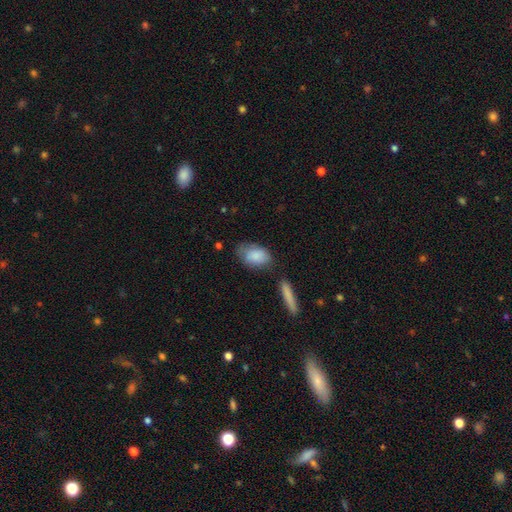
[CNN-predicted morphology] A smooth galaxy with no disk features (83%) that is in between round and cigar-shaped (88%).

Vote fractions:
- Smooth or featured? smooth: 83% / featured or disk: 11% / star or artifact: 6%
- How rounded? in between: 88% / round: 9% / cigar-shaped: 2%
- Merging? none: 54% / minor disturbance: 27% / major disturbance: 10% / merger: 10%